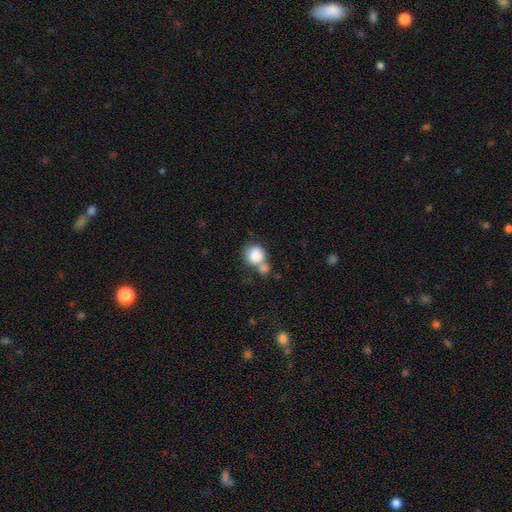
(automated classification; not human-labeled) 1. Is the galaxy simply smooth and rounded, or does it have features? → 84% smooth, 8% star or artifact, 8% featured or disk.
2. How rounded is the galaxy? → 84% round, 15% in between, 1% cigar-shaped.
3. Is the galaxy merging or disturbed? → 45% merger, 38% none, 11% minor disturbance, 6% major disturbance.